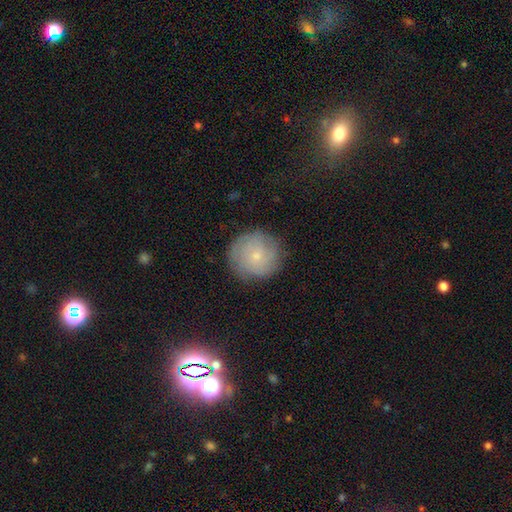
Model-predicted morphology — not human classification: A smooth galaxy with no disk features (52%) that is round (93%).

Vote fractions:
- Smooth or featured? smooth: 52% / featured or disk: 39% / star or artifact: 9%
- How rounded? round: 93% / in between: 6% / cigar-shaped: 1%
- Merging? none: 82% / minor disturbance: 13% / major disturbance: 4% / merger: 1%